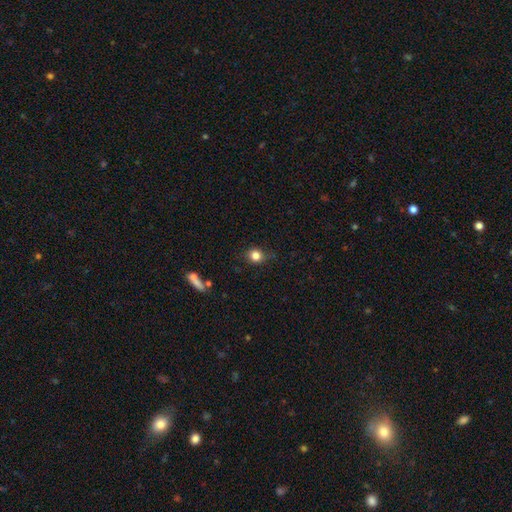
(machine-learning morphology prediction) A smooth galaxy with no disk features (81%) that is round (81%).

Vote fractions:
- Smooth or featured? smooth: 81% / star or artifact: 11% / featured or disk: 7%
- How rounded? round: 81% / in between: 17% / cigar-shaped: 1%
- Merging? none: 78% / minor disturbance: 15% / major disturbance: 4% / merger: 2%